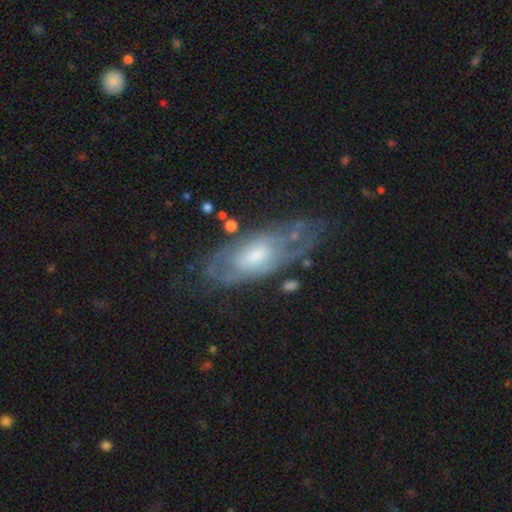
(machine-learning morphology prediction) A featured or disk galaxy (72%) with no bar (61%), spiral arms (74%) and a moderate central bulge (49%).

Vote fractions:
- Smooth or featured? featured or disk: 72% / smooth: 22% / star or artifact: 6%
- Edge-on disk? no: 86% / yes: 14%
- Bar? no: 61% / weak: 33% / strong: 6%
- Spiral arms? yes: 74% / no: 26%
- Bulge size? moderate: 49% / small: 30% / large: 14% / none: 5% / dominant: 2%
- Merging? none: 60% / minor disturbance: 24% / major disturbance: 13% / merger: 3%